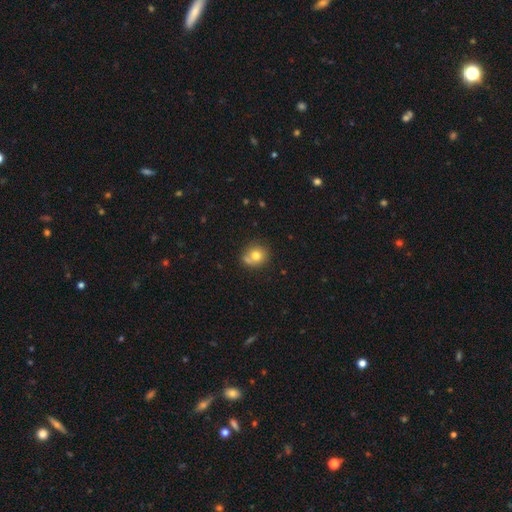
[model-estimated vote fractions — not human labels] A smooth galaxy with no disk features (75%) that is round (82%).

Vote fractions:
- Smooth or featured? smooth: 75% / featured or disk: 15% / star or artifact: 10%
- How rounded? round: 82% / in between: 17% / cigar-shaped: 1%
- Merging? none: 58% / minor disturbance: 18% / merger: 18% / major disturbance: 6%